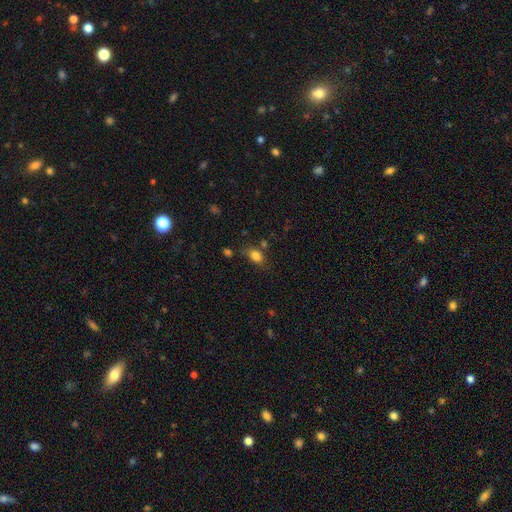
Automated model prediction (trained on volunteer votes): Morphology: type=smooth (83%); roundness=in between (77%); merging=none (70%).